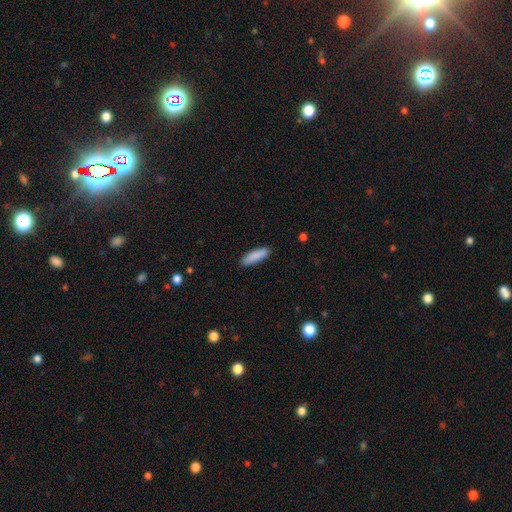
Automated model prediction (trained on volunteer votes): Smooth or featured? smooth (88%)
How rounded? cigar-shaped (63%)
Merging? none (86%)